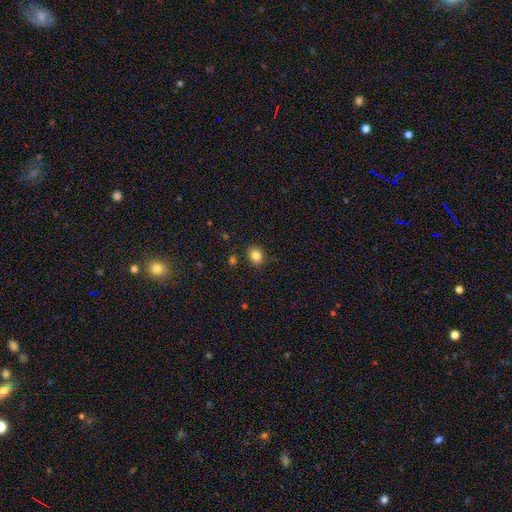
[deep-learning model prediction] Smooth or featured: smooth — 84% (star or artifact — 11%)
How rounded: round — 74% (in between — 25%)
Merging: none — 88% (minor disturbance — 8%)